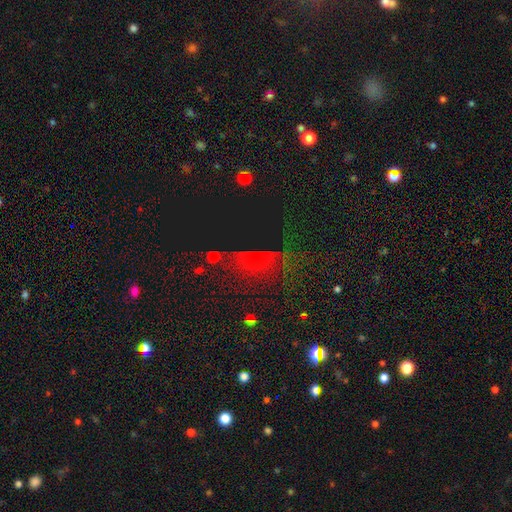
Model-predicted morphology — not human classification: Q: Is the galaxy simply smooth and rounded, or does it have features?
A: star or artifact — 47%.